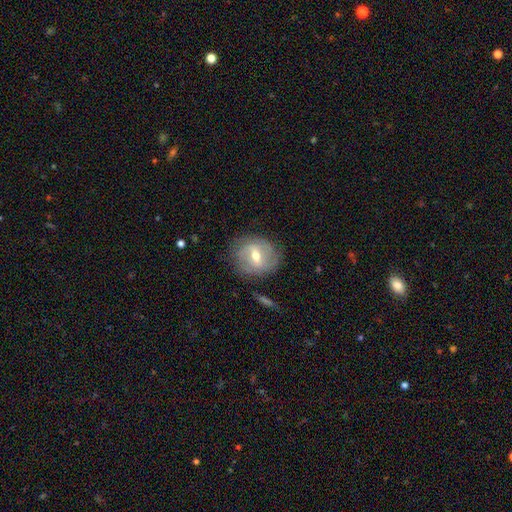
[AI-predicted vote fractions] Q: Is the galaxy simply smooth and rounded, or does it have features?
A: featured or disk — 64%.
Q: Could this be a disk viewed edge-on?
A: no — 94%.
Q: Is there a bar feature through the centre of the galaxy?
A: weak — 50%.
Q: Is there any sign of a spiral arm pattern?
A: yes — 69%.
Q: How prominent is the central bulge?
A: moderate — 72%.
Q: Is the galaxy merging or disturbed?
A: none — 76%.